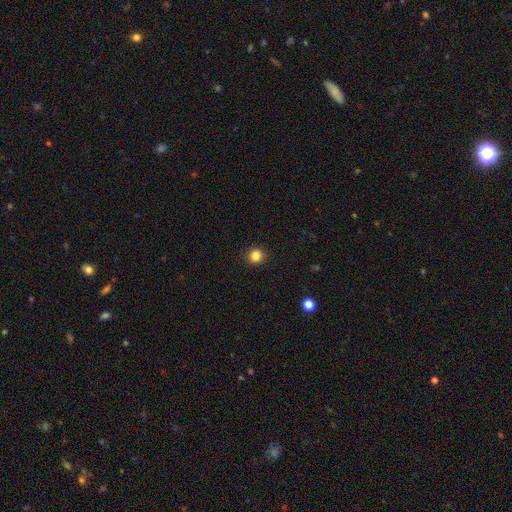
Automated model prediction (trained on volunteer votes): Smooth or featured?
  - smooth: 84% *
  - star or artifact: 12%
  - featured or disk: 4%
How rounded?
  - round: 92% *
  - in between: 7%
  - cigar-shaped: 1%
Merging?
  - none: 93% *
  - minor disturbance: 5%
  - major disturbance: 2%
  - merger: 1%